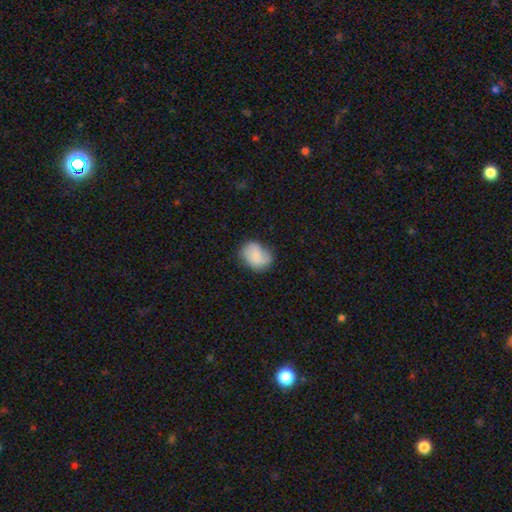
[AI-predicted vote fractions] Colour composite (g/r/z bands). It shows a smooth galaxy with no disk features (72%) that is in between round and cigar-shaped (50%). Merging: none (63%).